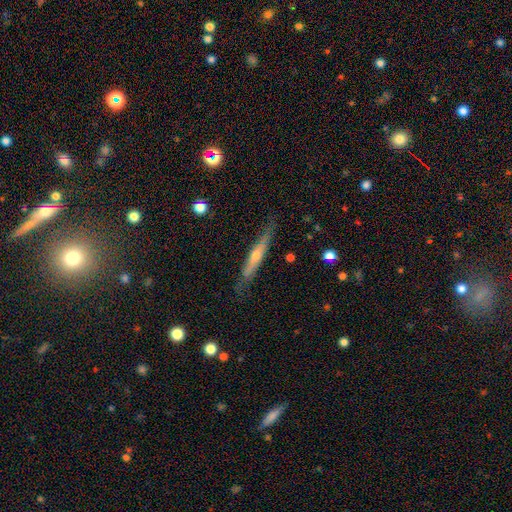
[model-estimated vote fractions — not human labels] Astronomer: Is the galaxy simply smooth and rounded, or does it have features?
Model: featured or disk — 60%.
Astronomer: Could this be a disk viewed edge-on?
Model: yes — 89%.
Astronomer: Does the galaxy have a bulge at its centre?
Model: rounded — 65%.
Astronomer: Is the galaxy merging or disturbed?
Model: none — 78%.